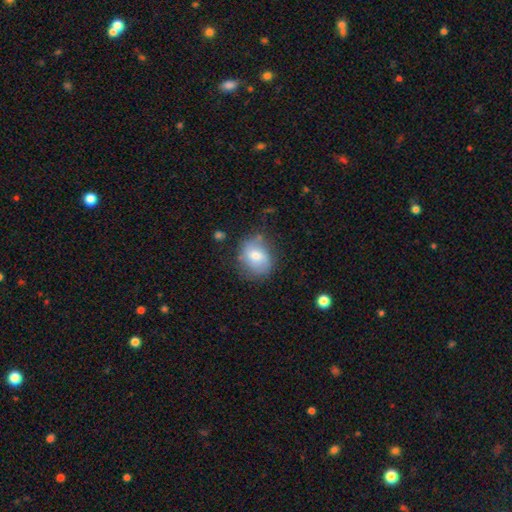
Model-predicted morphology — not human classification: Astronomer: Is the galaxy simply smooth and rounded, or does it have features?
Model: smooth — 65%.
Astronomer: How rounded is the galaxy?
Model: round — 54% (runner-up: in between, 45%).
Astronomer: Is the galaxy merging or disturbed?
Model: none — 63%.